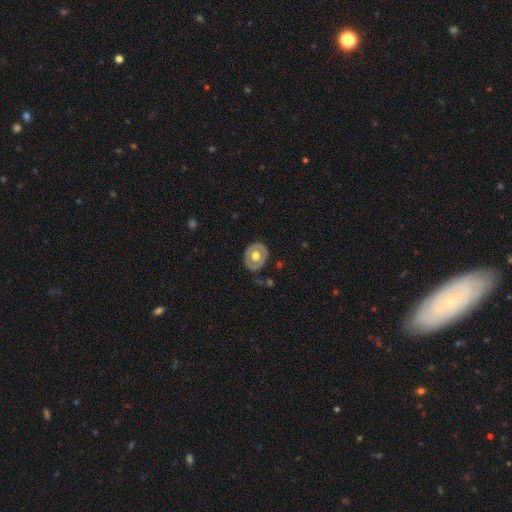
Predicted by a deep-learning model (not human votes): smooth_or_featured: smooth (p=0.48) [alt: featured or disk p=0.46]
merging: none (p=0.82) [alt: minor disturbance p=0.13]